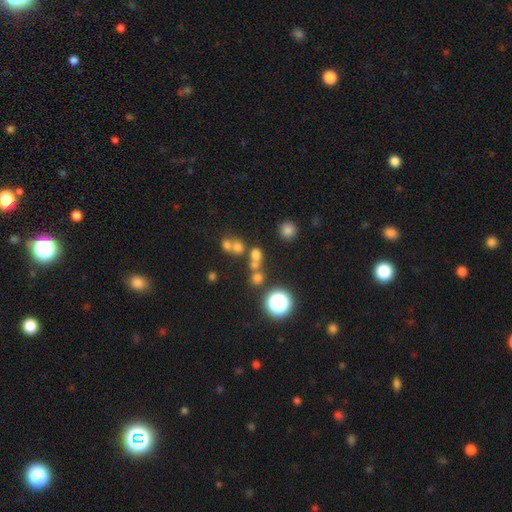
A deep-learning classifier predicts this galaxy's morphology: Smooth or featured? Predicted: smooth (p=0.60). How rounded? Predicted: round (p=0.78). Merging? Predicted: none (p=0.48).